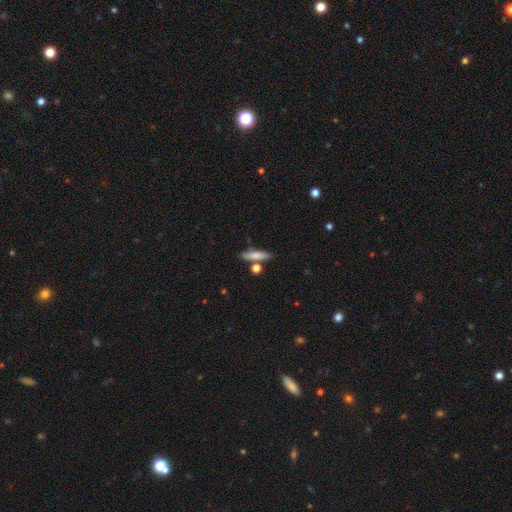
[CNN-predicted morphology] The model was most divided on "smooth or featured": smooth: 73%, featured or disk: 20%, star or artifact: 7%. More confident: how rounded — cigar-shaped (75%); merging — none (74%).